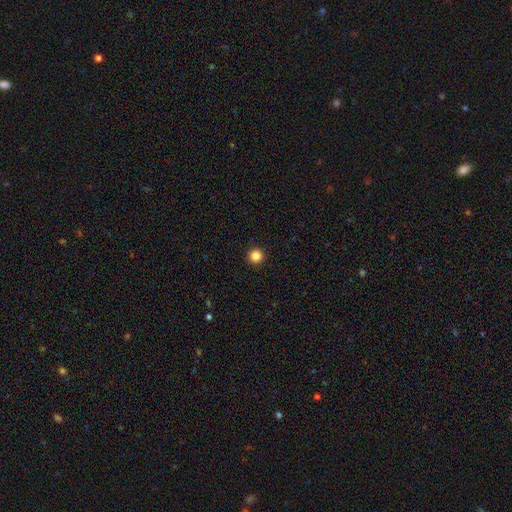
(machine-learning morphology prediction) This is clearly a smooth galaxy (84%). How rounded: clearly round (96%). Merging: clearly none (94%).